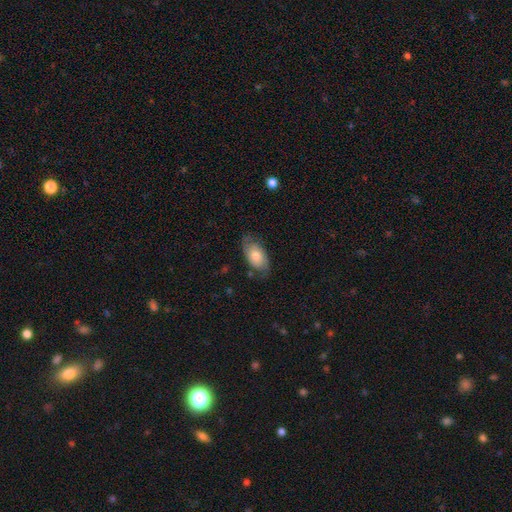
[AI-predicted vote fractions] A smooth galaxy with no disk features (54%) that is in between round and cigar-shaped (91%).

Vote fractions:
- Smooth or featured? smooth: 54% / featured or disk: 39% / star or artifact: 7%
- How rounded? in between: 91% / round: 6% / cigar-shaped: 3%
- Merging? none: 68% / minor disturbance: 23% / major disturbance: 8% / merger: 1%